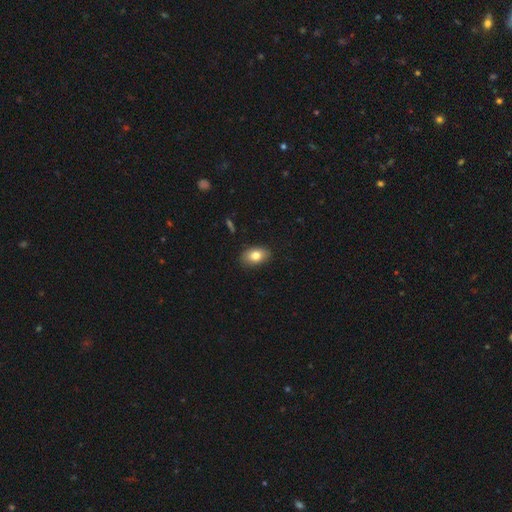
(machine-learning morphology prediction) Q: Smooth or featured?
A: smooth (80%); runner-up: featured or disk (12%)
Q: How rounded?
A: in between (85%); runner-up: round (13%)
Q: Merging?
A: none (87%); runner-up: minor disturbance (10%)